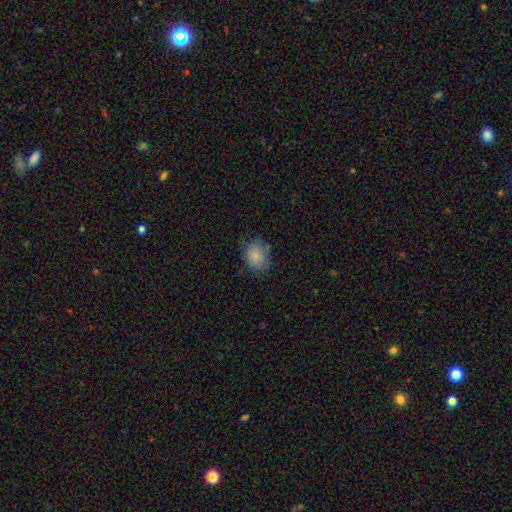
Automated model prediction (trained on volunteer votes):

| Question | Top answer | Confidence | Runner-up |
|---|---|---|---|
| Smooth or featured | smooth | 83% | featured or disk (9%) |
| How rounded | in between | 53% | round (46%) |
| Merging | none | 68% | minor disturbance (24%) |